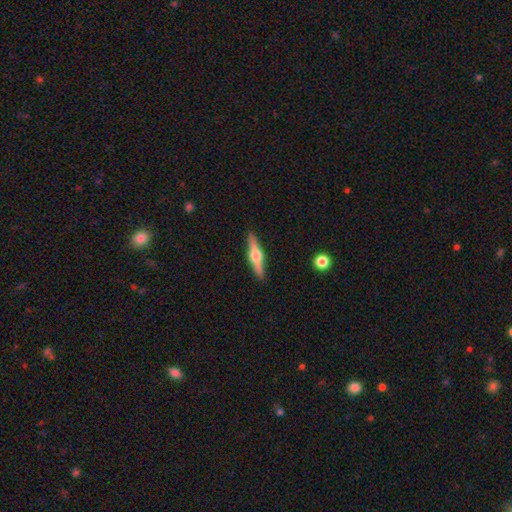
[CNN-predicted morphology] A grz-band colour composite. It shows a featured or disk galaxy (71%) viewed edge-on (98%) with a rounded central bulge (94%). Merging: none (91%).